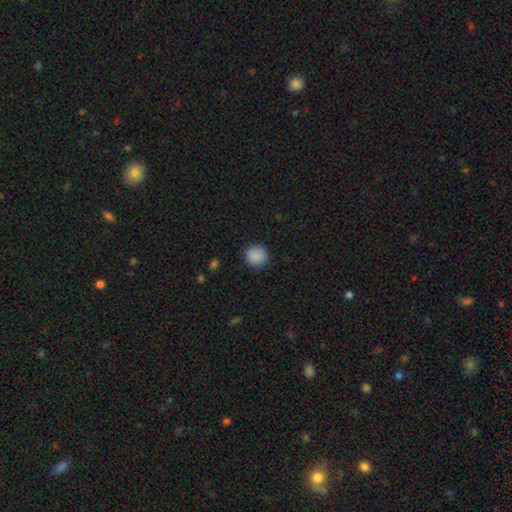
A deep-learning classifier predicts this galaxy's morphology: Smooth or featured: smooth — 89% (star or artifact — 8%)
How rounded: round — 91% (in between — 8%)
Merging: none — 89% (minor disturbance — 8%)